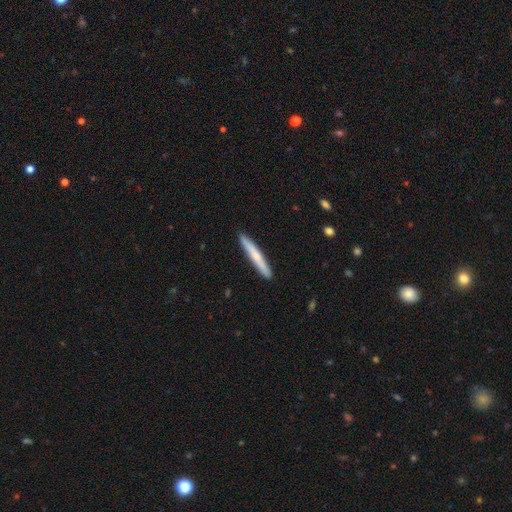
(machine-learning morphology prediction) This is possibly a smooth galaxy (59%). How rounded: clearly cigar-shaped (96%). Merging: clearly none (91%).